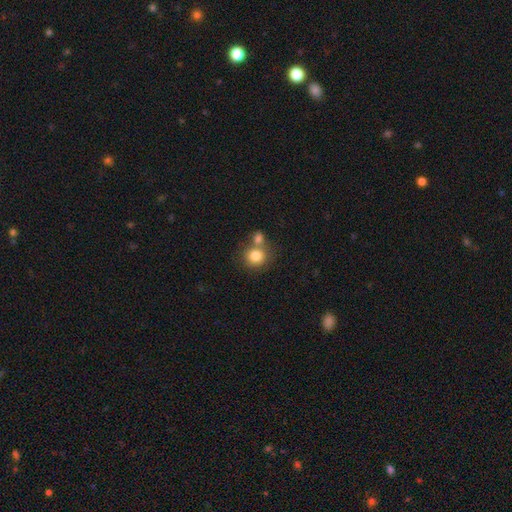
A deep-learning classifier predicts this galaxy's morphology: The model was most divided on "merging": none: 52%, merger: 35%, minor disturbance: 9%, major disturbance: 4%. More confident: how rounded — round (85%); smooth or featured — smooth (82%).